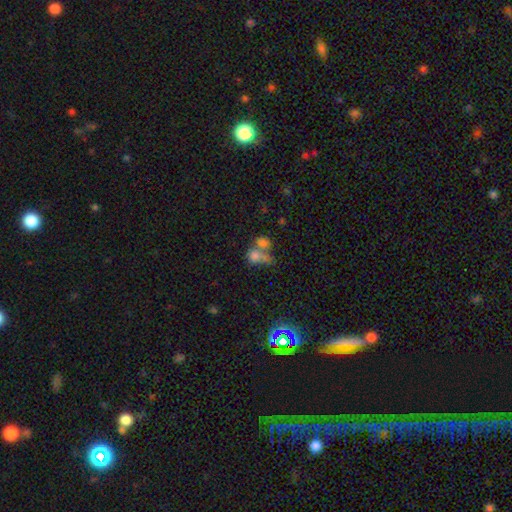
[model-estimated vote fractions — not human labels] Q: Smooth or featured?
A: smooth (73%); runner-up: featured or disk (14%)
Q: How rounded?
A: round (58%); runner-up: in between (40%)
Q: Merging?
A: merger (59%); runner-up: none (24%)